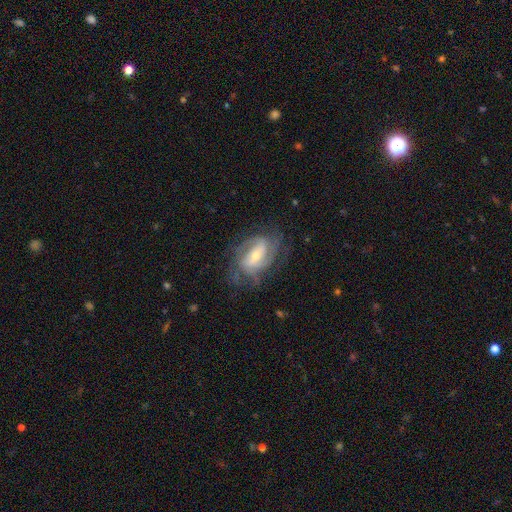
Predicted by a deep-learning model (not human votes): smooth-or-featured: featured or disk: 81% | smooth: 13% | star or artifact: 6%
  disk-edge-on: no: 95% | yes: 5%
    bar: weak: 41% | no: 33% | strong: 27%
    has-spiral-arms: yes: 91% | no: 9%
      spiral-winding: tight: 46% | medium: 39% | loose: 15%
      spiral-arm-count: can't tell: 31% | 2: 28% | 3: 22% | 4: 10% | 1: 5% | more than 4: 4%
    bulge-size: moderate: 48% | small: 46% | large: 4% | none: 1% | dominant: 1%
  merging: none: 65% | minor disturbance: 20% | major disturbance: 14% | merger: 1%